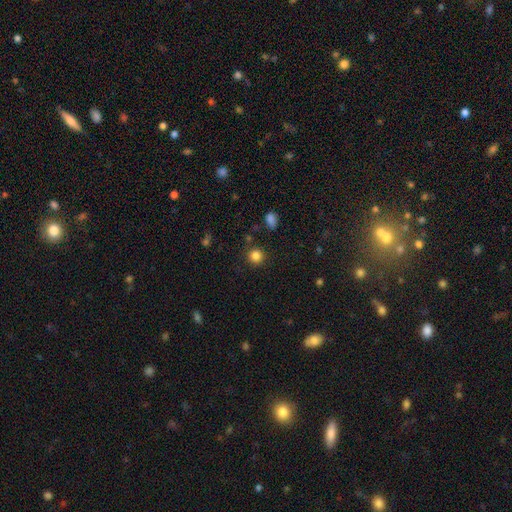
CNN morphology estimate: Smooth or featured? smooth (84%)
How rounded? round (93%)
Merging? none (89%)